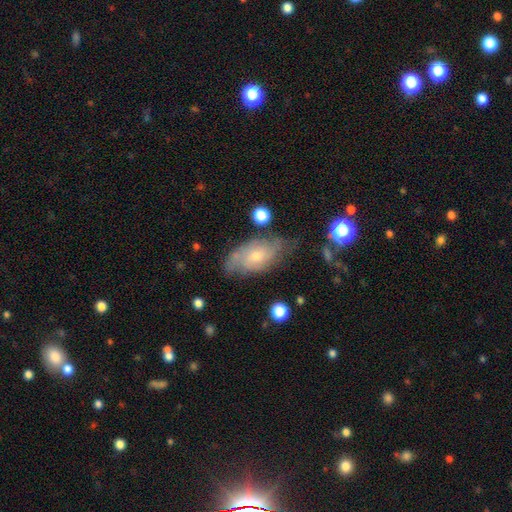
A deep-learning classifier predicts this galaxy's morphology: featured or disk 58%, smooth 34%, star or artifact 8%. Down the decision tree: edge-on disk — no (90%); bar — no (75%); spiral arms — yes (80%); bulge size — small (58%); merging — none (61%).